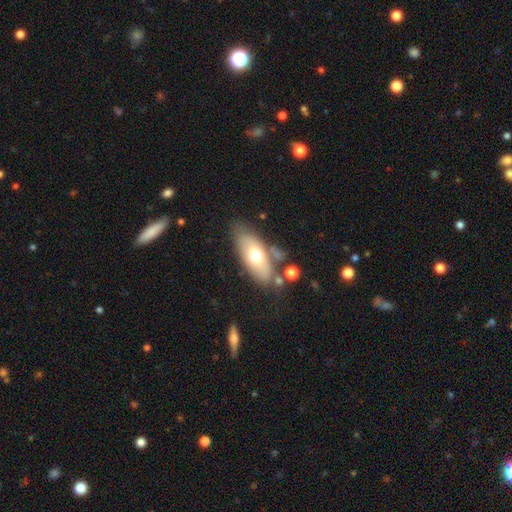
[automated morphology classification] type=smooth (61%); roundness=in between (80%); merging=none (67%).